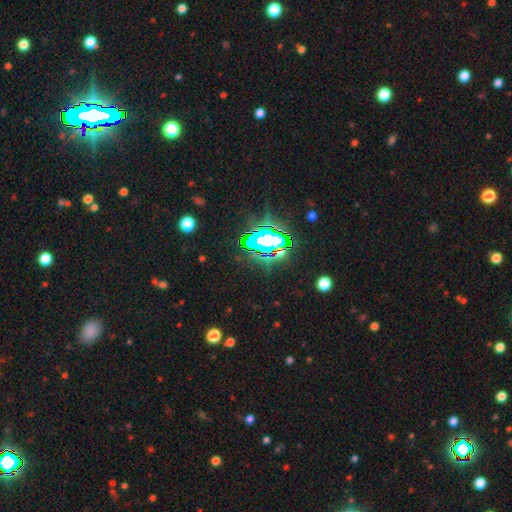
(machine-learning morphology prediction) A star or artifact, not a galaxy (75%).

Vote fractions:
- Smooth or featured? star or artifact: 75% / smooth: 14% / featured or disk: 10%